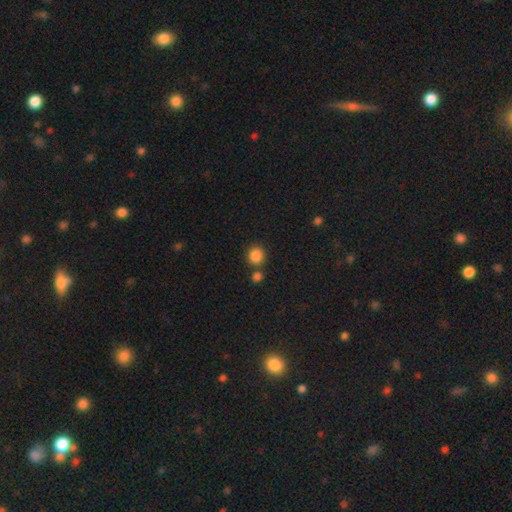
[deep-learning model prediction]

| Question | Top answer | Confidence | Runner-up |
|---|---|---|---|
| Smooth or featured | smooth | 86% | star or artifact (10%) |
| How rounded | round | 82% | in between (17%) |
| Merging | none | 71% | merger (17%) |